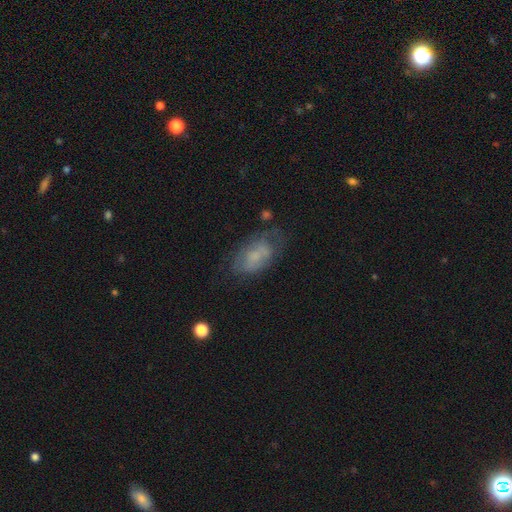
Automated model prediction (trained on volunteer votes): smooth-or-featured: smooth: 54% | featured or disk: 36% | star or artifact: 10%
  how-rounded: in between: 91% | round: 6% | cigar-shaped: 3%
  merging: none: 53% | minor disturbance: 27% | major disturbance: 16% | merger: 4%